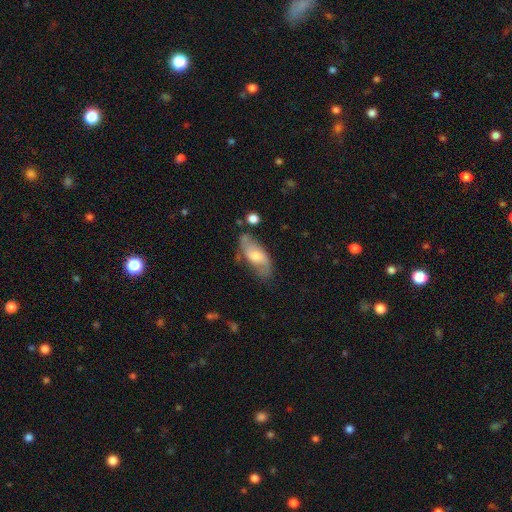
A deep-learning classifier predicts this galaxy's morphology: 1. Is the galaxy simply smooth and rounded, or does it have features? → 48% featured or disk, 45% smooth, 7% star or artifact.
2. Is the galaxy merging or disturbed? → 64% none, 24% minor disturbance, 8% major disturbance, 5% merger.